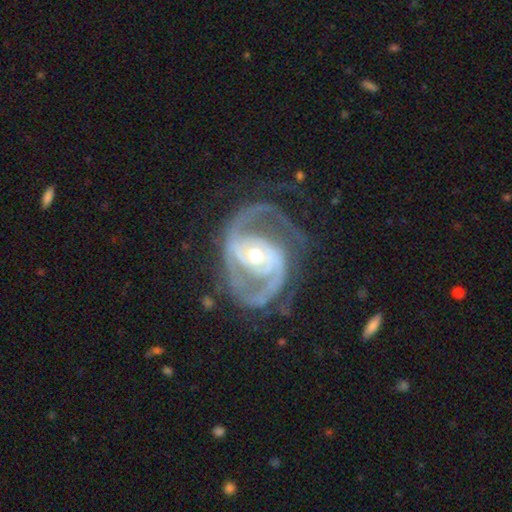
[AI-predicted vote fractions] featured or disk 92%, star or artifact 4%, smooth 4%. Down the decision tree: edge-on disk — no (98%); bar — no (45%); spiral arms — yes (97%); spiral arm count — 2 (78%); spiral winding — medium (50%); bulge size — moderate (67%); merging — none (62%).